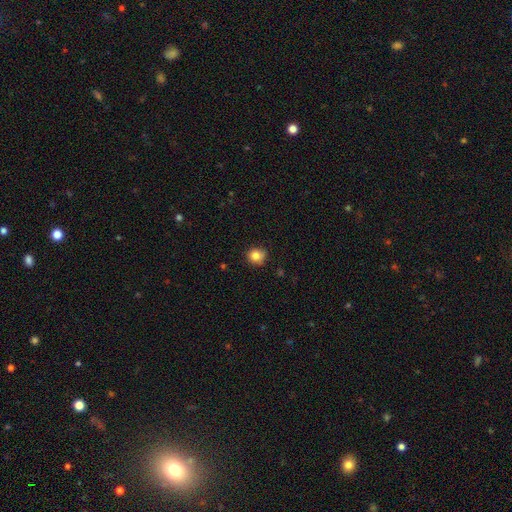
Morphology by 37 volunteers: This is clearly a smooth galaxy (97%). How rounded: clearly round (97%). Merging: clearly none (81%).